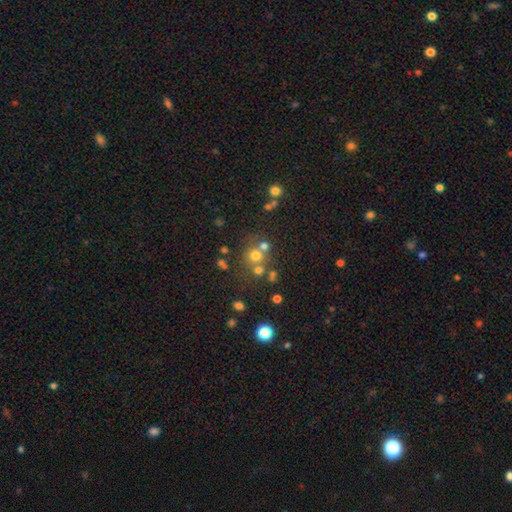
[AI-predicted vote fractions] A smooth galaxy with no disk features (63%) that is round (88%). Merging: none (60%).